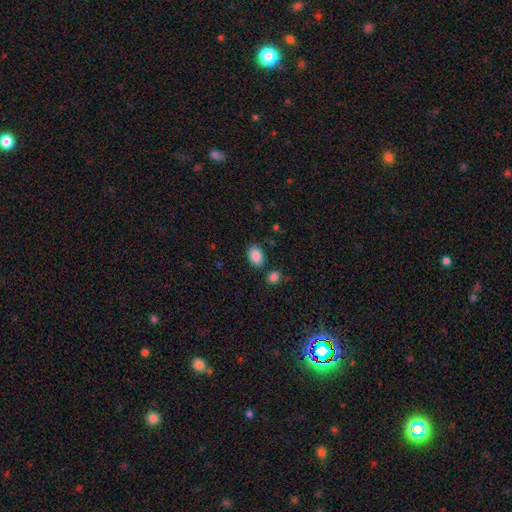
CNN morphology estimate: Q: Smooth or featured?
A: smooth (88%); runner-up: star or artifact (8%)
Q: How rounded?
A: in between (79%); runner-up: round (20%)
Q: Merging?
A: none (79%); runner-up: minor disturbance (12%)